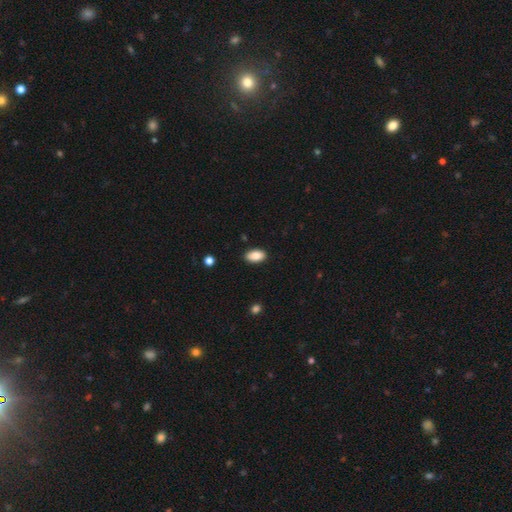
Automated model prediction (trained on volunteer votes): Smooth or featured? Predicted: smooth (p=0.87). How rounded? Predicted: in between (p=0.93). Merging? Predicted: none (p=0.88).